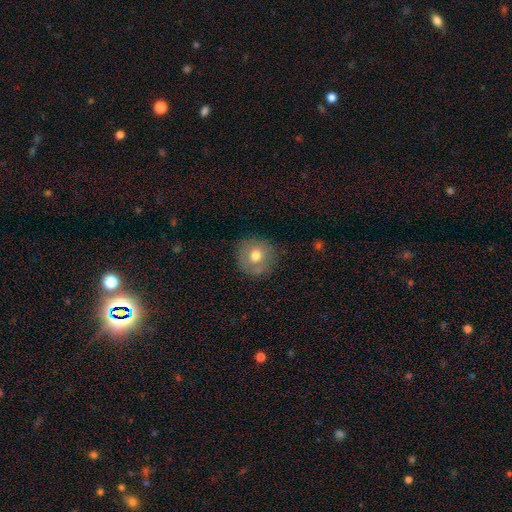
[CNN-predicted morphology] This appears to be a smooth galaxy with no disk features (71%) that is round (91%). Merging: none (80%).